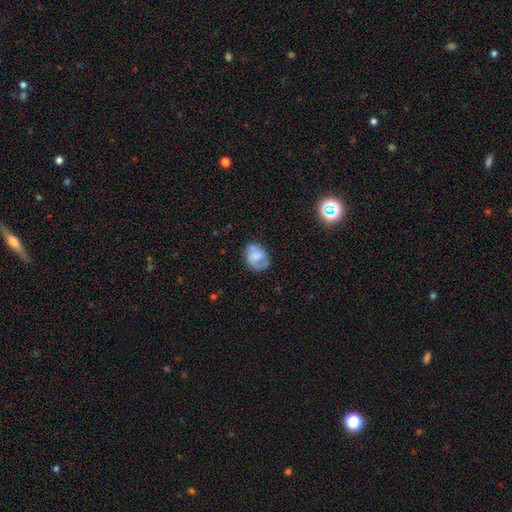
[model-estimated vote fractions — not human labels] A smooth galaxy with no disk features (51%) that is in between round and cigar-shaped (59%).

Vote fractions:
- Smooth or featured? smooth: 51% / featured or disk: 41% / star or artifact: 9%
- How rounded? in between: 59% / round: 40% / cigar-shaped: 1%
- Merging? none: 59% / minor disturbance: 26% / major disturbance: 13% / merger: 3%